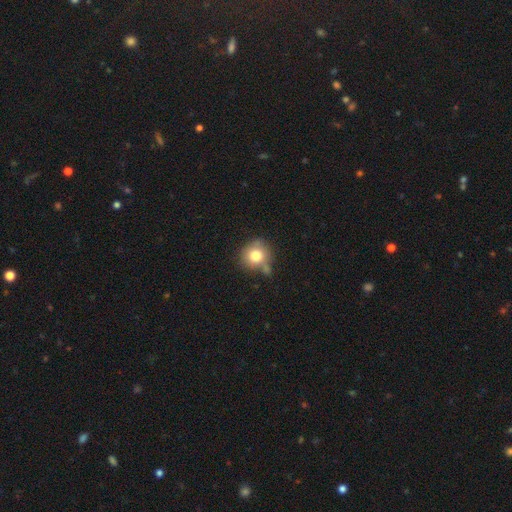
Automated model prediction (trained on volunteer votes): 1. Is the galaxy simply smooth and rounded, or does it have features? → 78% smooth, 11% featured or disk, 10% star or artifact.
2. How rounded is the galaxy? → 85% round, 14% in between, 1% cigar-shaped.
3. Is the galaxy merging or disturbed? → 60% none, 19% minor disturbance, 15% merger, 6% major disturbance.